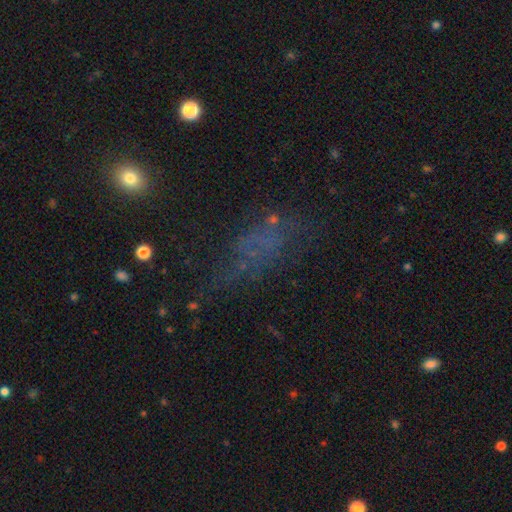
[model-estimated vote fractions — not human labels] Smooth or featured? Predicted: smooth (p=0.42). Merging? Predicted: none (p=0.47).